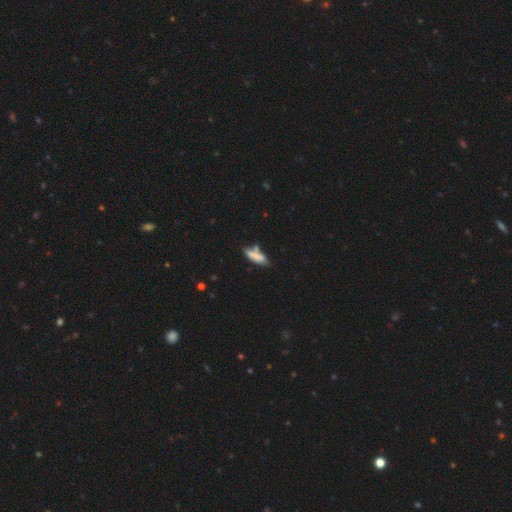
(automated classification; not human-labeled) The model was most divided on "how rounded": cigar-shaped: 57%, in between: 41%, round: 2%. Remaining: smooth or featured — smooth (71%); merging — none (47%).